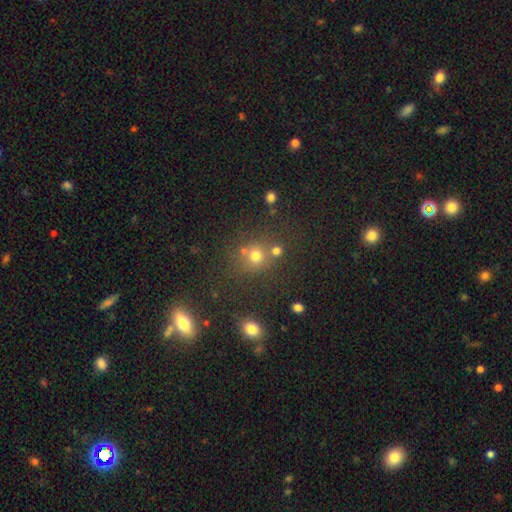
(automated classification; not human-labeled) This is likely a smooth galaxy (69%). How rounded: clearly round (87%). Merging: likely none (66%).